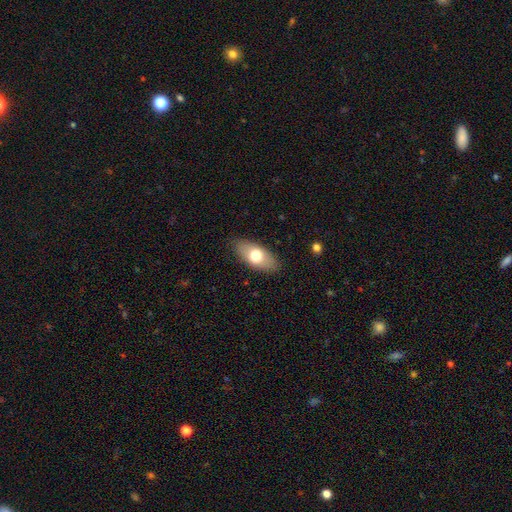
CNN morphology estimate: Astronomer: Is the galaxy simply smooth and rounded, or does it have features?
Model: smooth — 69%.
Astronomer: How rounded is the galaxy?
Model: in between — 89%.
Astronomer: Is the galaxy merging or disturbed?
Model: none — 86%.